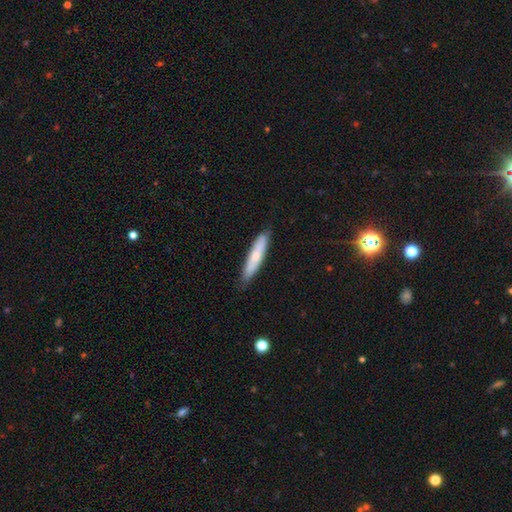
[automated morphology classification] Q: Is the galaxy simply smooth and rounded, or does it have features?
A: smooth — 68%.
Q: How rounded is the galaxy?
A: cigar-shaped — 86%.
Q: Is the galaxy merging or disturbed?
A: none — 84%.